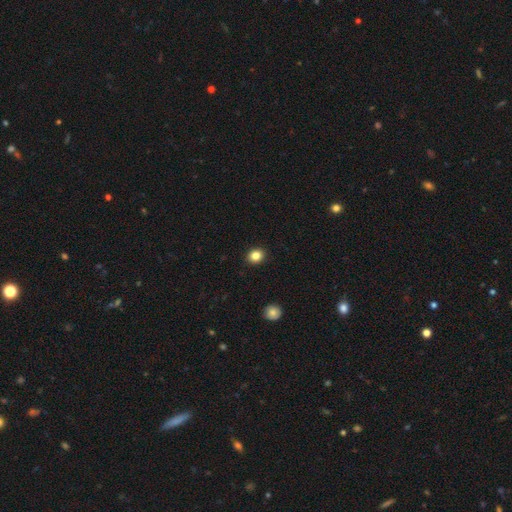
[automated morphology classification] type=smooth (85%); roundness=round (65%); merging=none (92%).